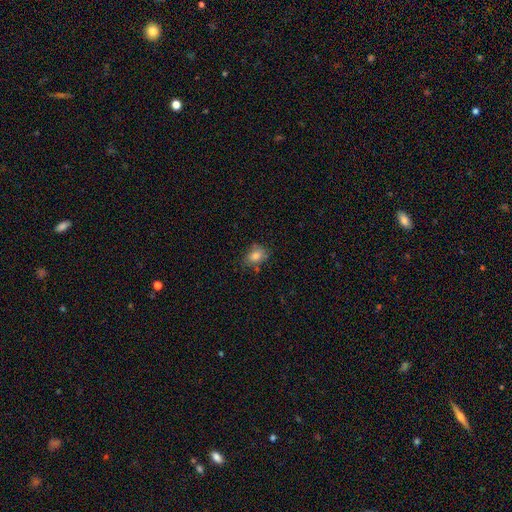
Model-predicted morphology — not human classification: smooth 78%, star or artifact 11%, featured or disk 11%. Down the decision tree: how rounded — in between (66%); merging — none (67%).